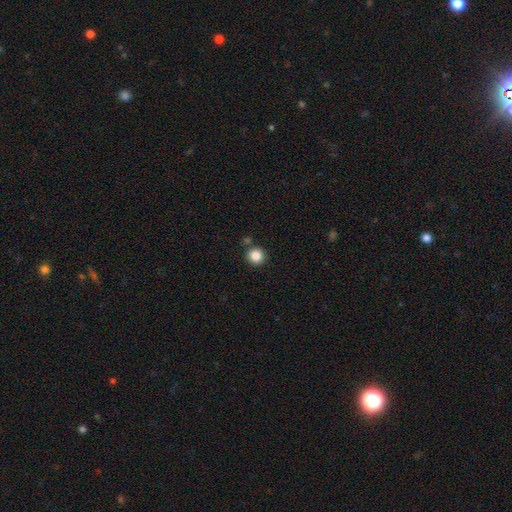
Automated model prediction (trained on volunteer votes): Smooth or featured? smooth (86%)
How rounded? round (92%)
Merging? none (83%)